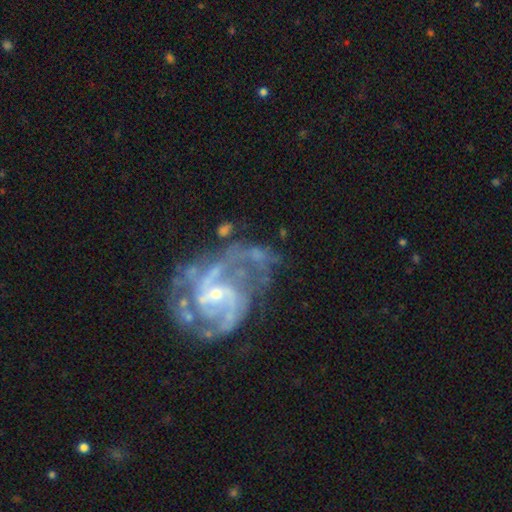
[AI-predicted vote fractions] Smooth or featured? featured or disk (89%)
Edge-on disk? no (98%)
Bar? weak (45%)
Spiral arms? yes (96%)
Spiral winding? medium (51%)
Spiral arm count? 2 (55%)
Bulge size? small (71%)
Merging? none (52%)